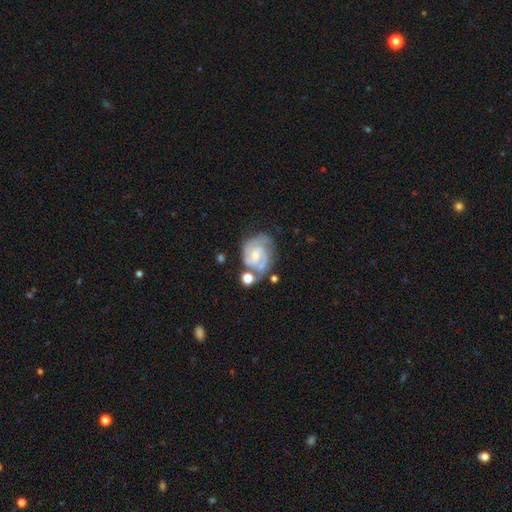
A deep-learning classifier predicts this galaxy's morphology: Smooth or featured? featured or disk (83%)
Edge-on disk? no (98%)
Bar? no (50%)
Spiral arms? yes (96%)
Spiral winding? tight (53%)
Spiral arm count? 2 (58%)
Bulge size? small (50%)
Merging? none (52%)